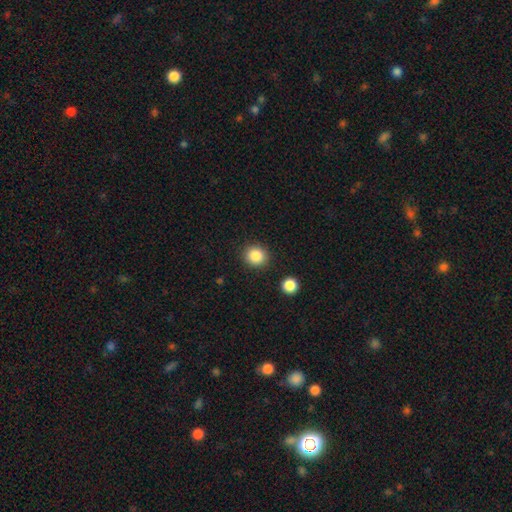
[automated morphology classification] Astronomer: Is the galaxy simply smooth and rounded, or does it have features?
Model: smooth — 86%.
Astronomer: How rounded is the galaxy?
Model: round — 85%.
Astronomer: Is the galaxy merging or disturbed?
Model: none — 89%.